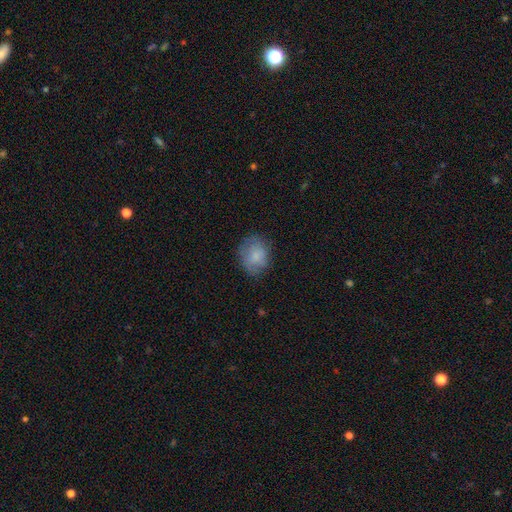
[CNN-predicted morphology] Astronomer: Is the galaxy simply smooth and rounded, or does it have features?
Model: smooth — 76%.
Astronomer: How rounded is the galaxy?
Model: round — 59% (runner-up: in between, 40%).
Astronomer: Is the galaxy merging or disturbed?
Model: none — 69%.